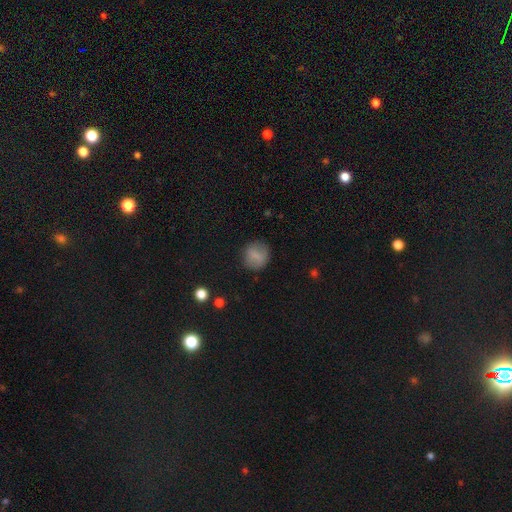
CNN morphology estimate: Smooth or featured? smooth (79%)
How rounded? round (83%)
Merging? none (83%)